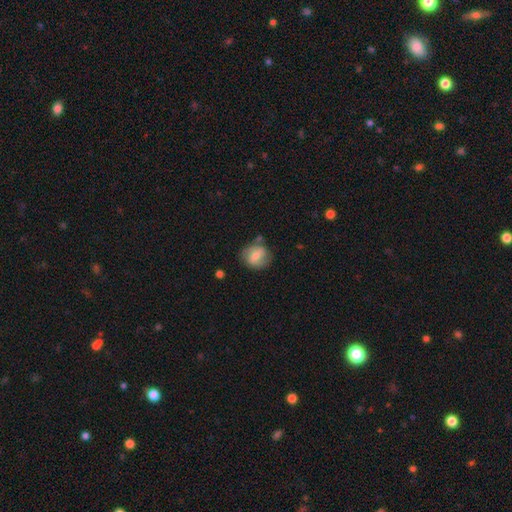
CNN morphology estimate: A smooth galaxy with no disk features (53%) that is round (61%).

Vote fractions:
- Smooth or featured? smooth: 53% / featured or disk: 39% / star or artifact: 7%
- How rounded? round: 61% / in between: 37% / cigar-shaped: 2%
- Merging? none: 66% / minor disturbance: 21% / major disturbance: 7% / merger: 6%